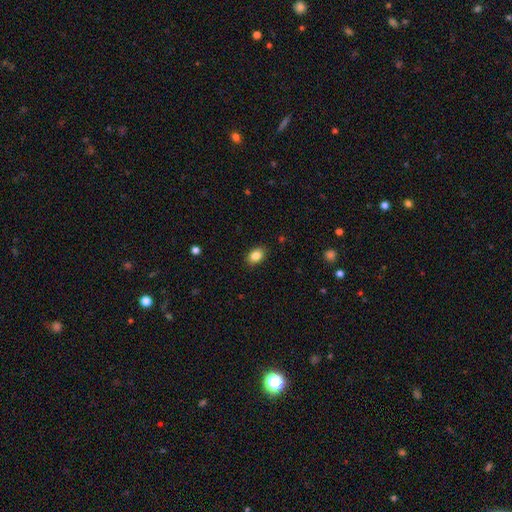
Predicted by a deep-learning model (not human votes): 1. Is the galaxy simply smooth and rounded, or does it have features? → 86% smooth, 8% star or artifact, 5% featured or disk.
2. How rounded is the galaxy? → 79% in between, 20% round, 1% cigar-shaped.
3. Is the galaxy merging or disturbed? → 88% none, 9% minor disturbance, 2% major disturbance, 1% merger.